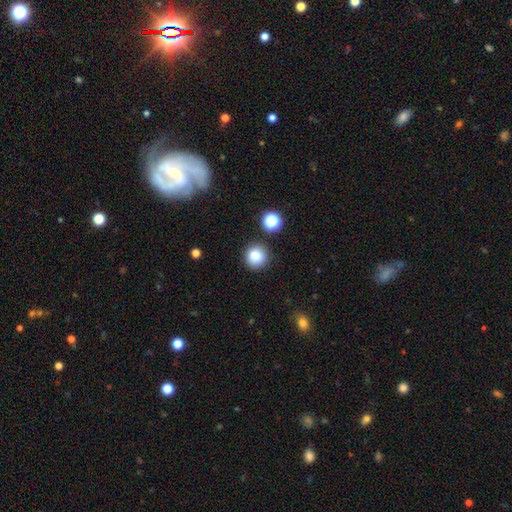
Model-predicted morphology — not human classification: type=smooth (81%); roundness=round (94%); merging=none (88%).